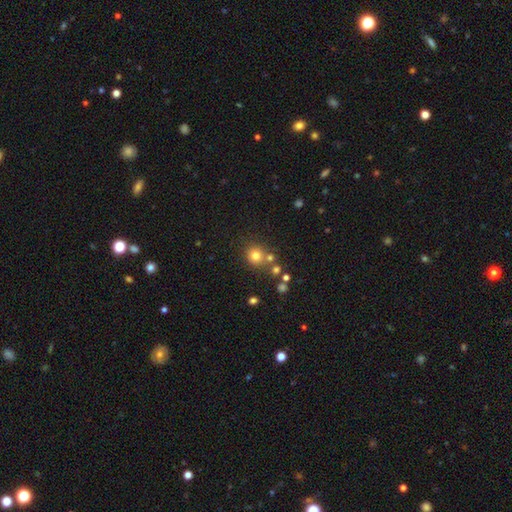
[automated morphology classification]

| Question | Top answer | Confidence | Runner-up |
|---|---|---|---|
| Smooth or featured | smooth | 75% | star or artifact (16%) |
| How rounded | round | 89% | in between (10%) |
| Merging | none | 69% | merger (18%) |